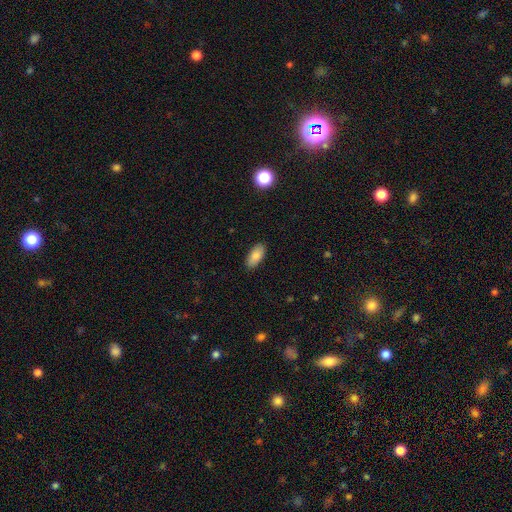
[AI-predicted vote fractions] The model was most divided on "smooth or featured": smooth: 84%, featured or disk: 9%, star or artifact: 7%. More confident: how rounded — in between (91%); merging — none (88%).